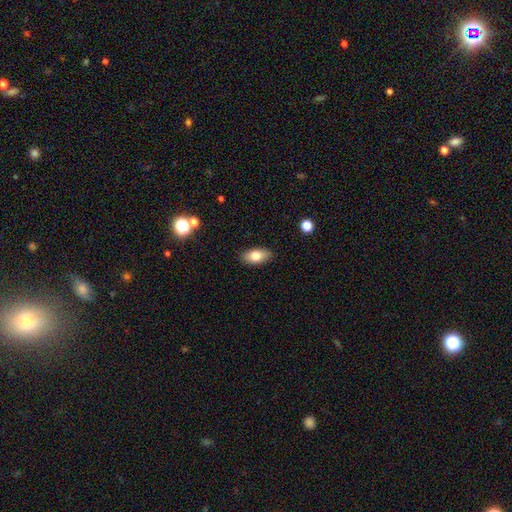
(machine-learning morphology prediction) This appears to be a smooth galaxy with no disk features (79%) that is in between round and cigar-shaped (90%). Merging: none (87%).